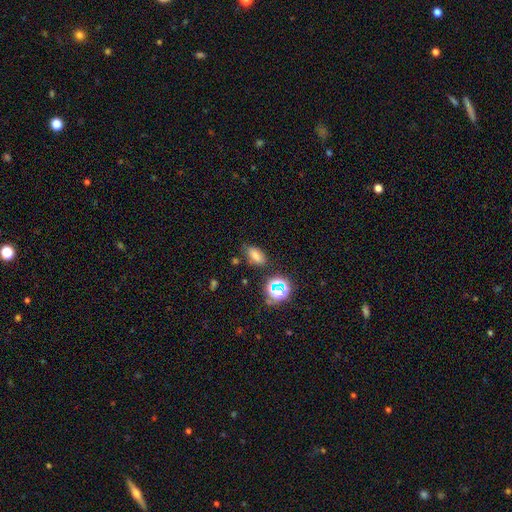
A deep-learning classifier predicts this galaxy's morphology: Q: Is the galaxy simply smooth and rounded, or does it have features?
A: smooth — 70%.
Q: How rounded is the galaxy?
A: in between — 84%.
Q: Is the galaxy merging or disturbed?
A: none — 72%.